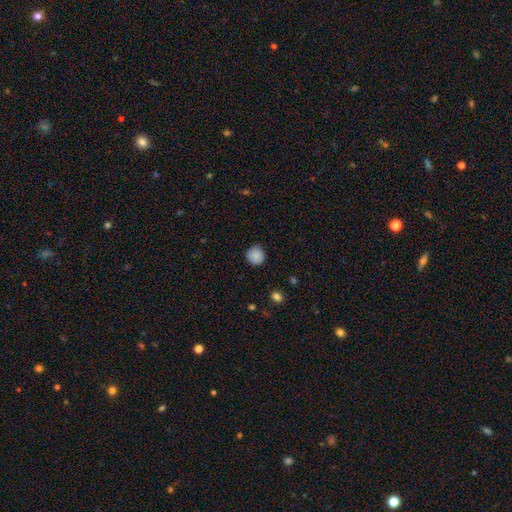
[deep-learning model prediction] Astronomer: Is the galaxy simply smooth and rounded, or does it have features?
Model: smooth — 87%.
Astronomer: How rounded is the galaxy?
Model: round — 93%.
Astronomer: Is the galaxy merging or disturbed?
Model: none — 86%.